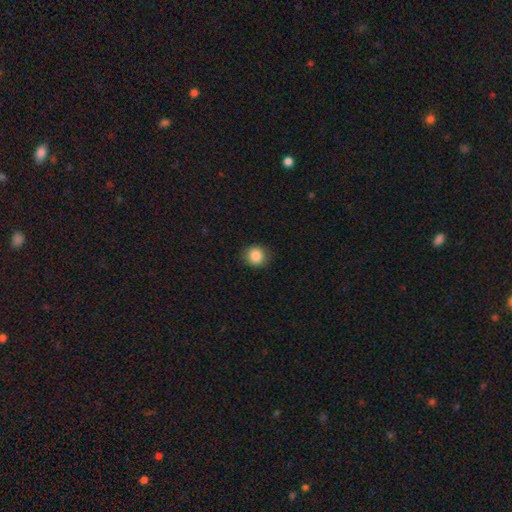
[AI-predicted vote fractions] smooth 87%, star or artifact 9%, featured or disk 4%. Down the decision tree: how rounded — round (83%); merging — none (85%).